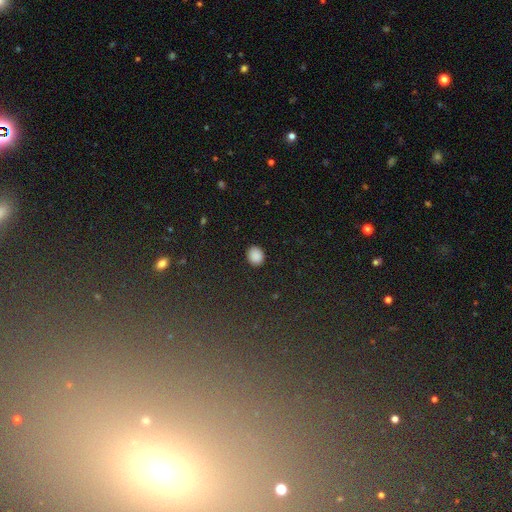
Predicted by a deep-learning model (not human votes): A smooth galaxy with no disk features (88%) that is round (69%). Merging: none (90%).